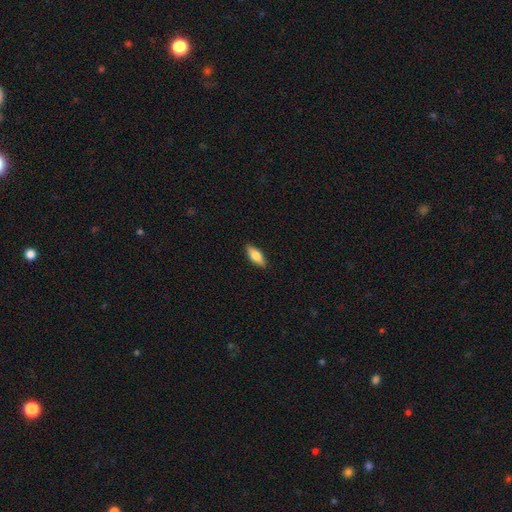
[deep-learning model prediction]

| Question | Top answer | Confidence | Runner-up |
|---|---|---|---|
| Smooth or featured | smooth | 69% | featured or disk (24%) |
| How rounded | in between | 70% | cigar-shaped (28%) |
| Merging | none | 89% | minor disturbance (8%) |